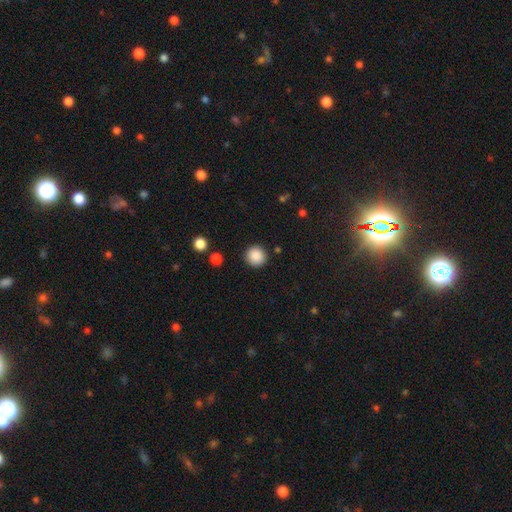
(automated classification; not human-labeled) Smooth or featured? smooth (88%)
How rounded? round (95%)
Merging? none (91%)